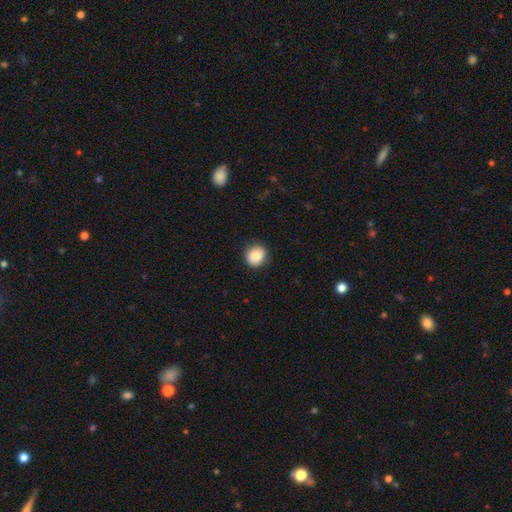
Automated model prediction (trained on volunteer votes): The model was most divided on "smooth or featured": smooth: 80%, featured or disk: 12%, star or artifact: 8%. More confident: merging — none (85%); how rounded — round (84%).